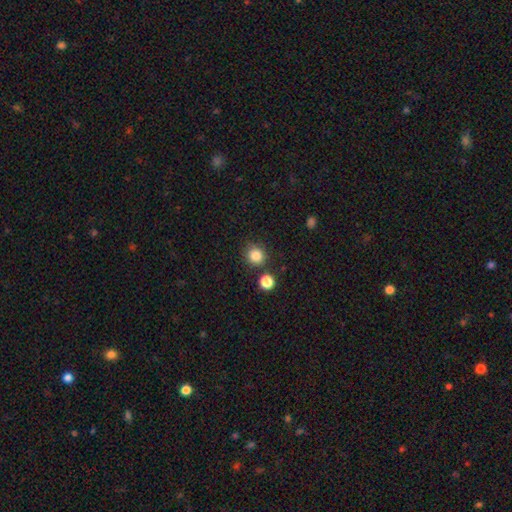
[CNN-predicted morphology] smooth 84%, star or artifact 11%, featured or disk 5%. Down the decision tree: how rounded — round (88%); merging — none (79%).